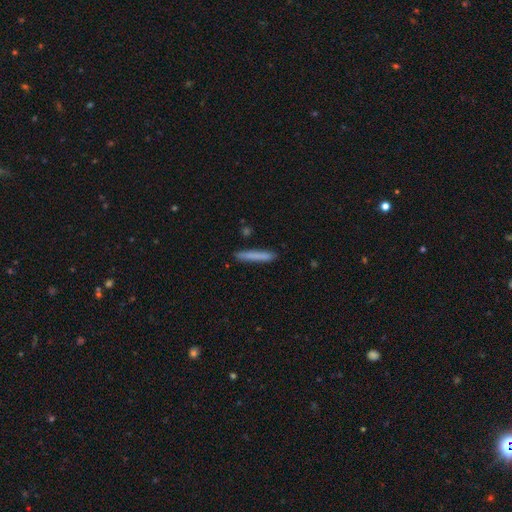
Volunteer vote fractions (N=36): Overall: smooth (83%). How rounded: cigar-shaped (100%). Merging: none (100%).